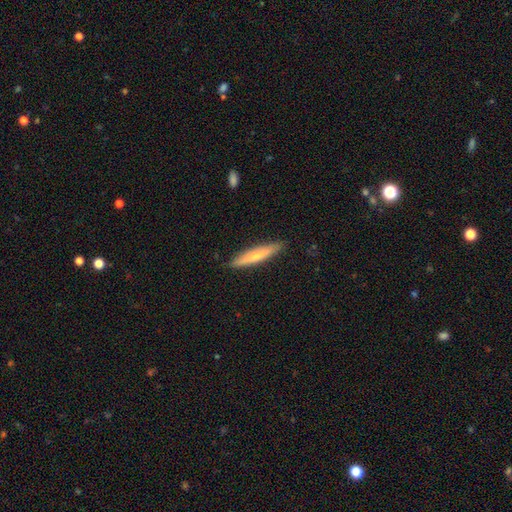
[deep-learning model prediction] Smooth or featured?
  - smooth: 59% *
  - featured or disk: 35%
  - star or artifact: 6%
How rounded?
  - cigar-shaped: 91% *
  - in between: 7%
  - round: 1%
Merging?
  - none: 88% *
  - minor disturbance: 9%
  - major disturbance: 2%
  - merger: 1%